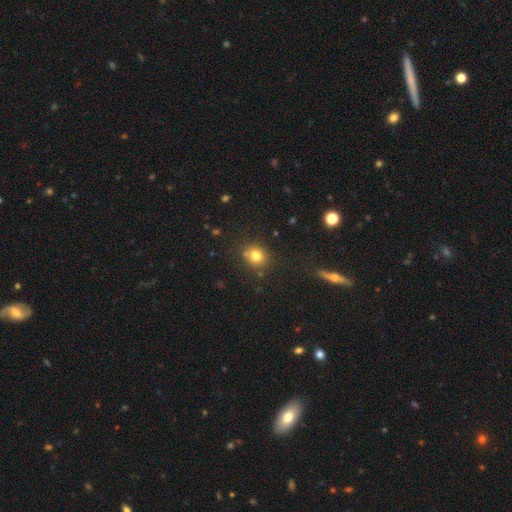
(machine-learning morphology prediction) Smooth or featured: smooth — 78% (star or artifact — 14%)
How rounded: round — 83% (in between — 16%)
Merging: none — 78% (minor disturbance — 11%)